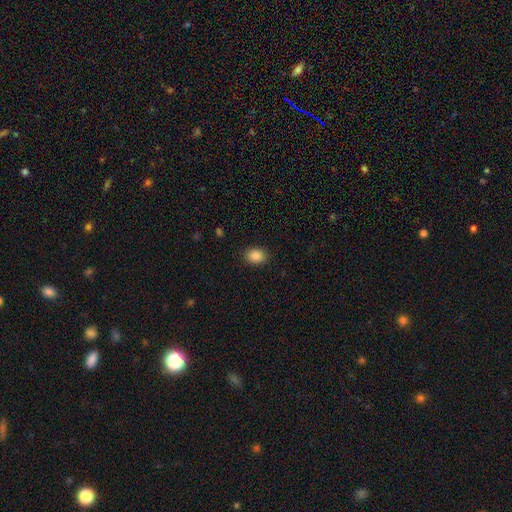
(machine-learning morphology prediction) Smooth or featured? smooth (88%)
How rounded? in between (73%)
Merging? none (88%)